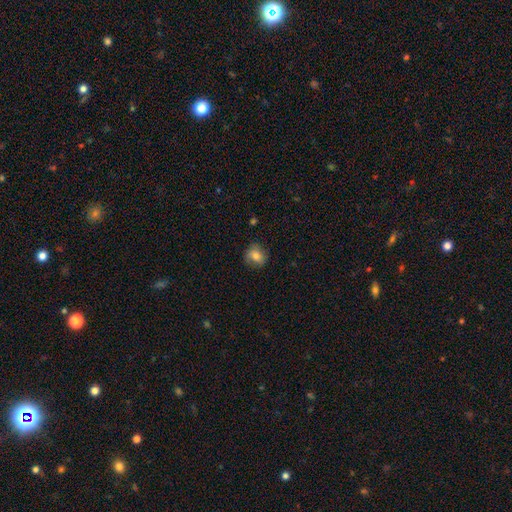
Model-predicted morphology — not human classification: smooth-or-featured: smooth: 73% | featured or disk: 18% | star or artifact: 10%
  how-rounded: round: 74% | in between: 25% | cigar-shaped: 1%
  merging: none: 76% | minor disturbance: 18% | major disturbance: 5% | merger: 1%